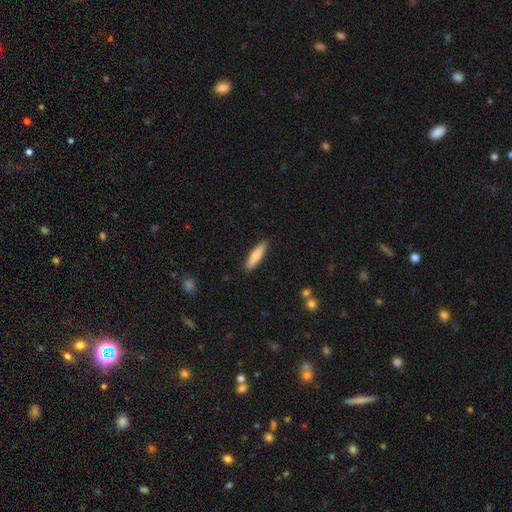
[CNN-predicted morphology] type=smooth (77%); roundness=cigar-shaped (80%); merging=none (90%).